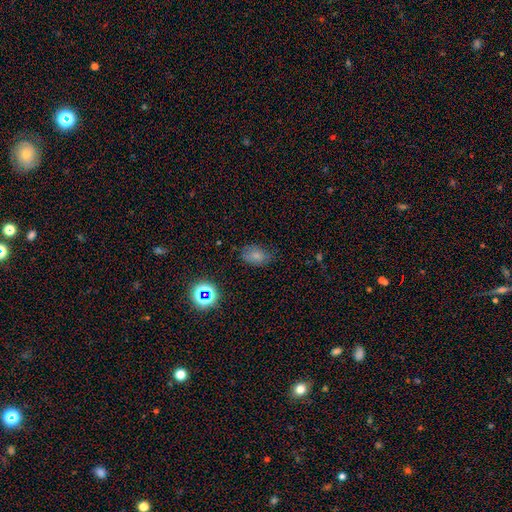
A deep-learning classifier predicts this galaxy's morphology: smooth-or-featured: smooth: 73% | star or artifact: 17% | featured or disk: 10%
  how-rounded: in between: 81% | round: 17% | cigar-shaped: 1%
  merging: none: 71% | minor disturbance: 22% | major disturbance: 6% | merger: 2%